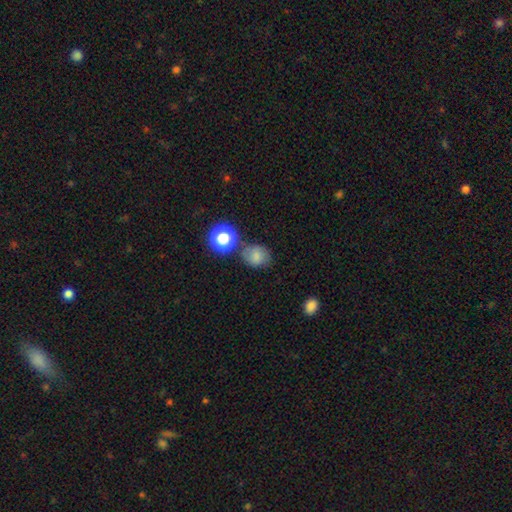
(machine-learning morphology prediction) This appears to be a smooth galaxy with no disk features (73%) that is round (62%). Merging: none (65%).